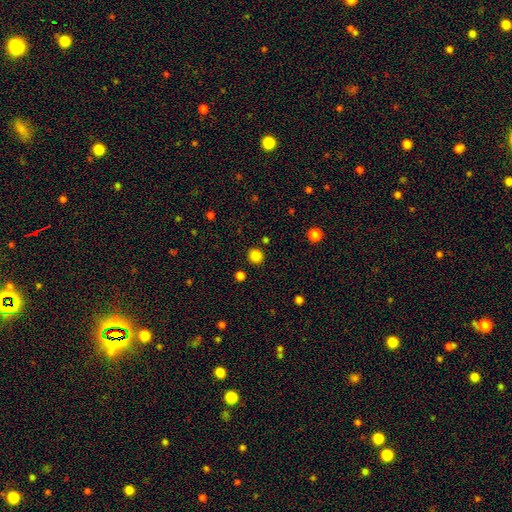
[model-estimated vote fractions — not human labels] Q: Smooth or featured?
A: smooth (85%); runner-up: star or artifact (12%)
Q: How rounded?
A: round (90%); runner-up: in between (9%)
Q: Merging?
A: none (90%); runner-up: minor disturbance (6%)